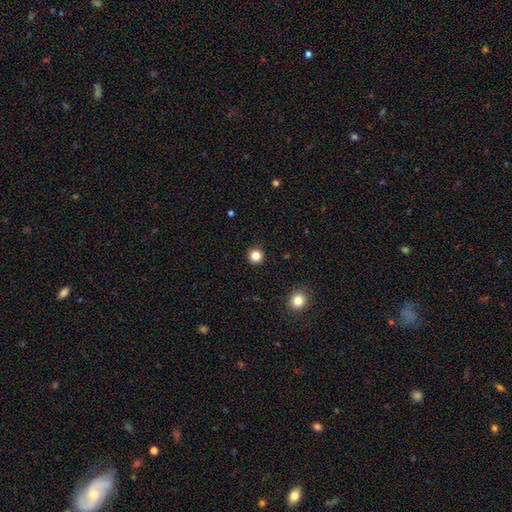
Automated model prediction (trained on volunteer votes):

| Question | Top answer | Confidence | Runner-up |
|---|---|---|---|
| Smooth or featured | smooth | 84% | star or artifact (13%) |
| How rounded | round | 95% | in between (4%) |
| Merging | none | 93% | minor disturbance (4%) |